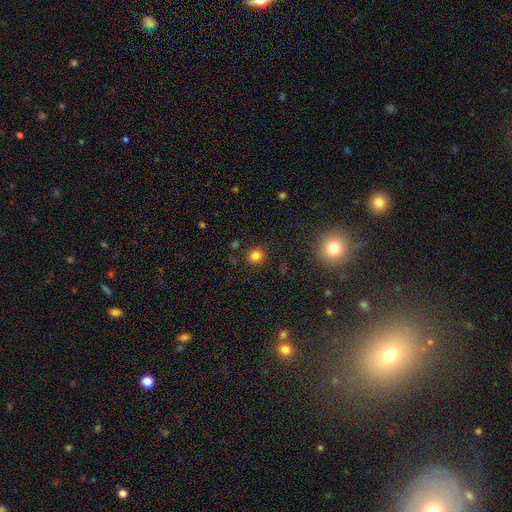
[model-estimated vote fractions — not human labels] Morphology: type=smooth (81%); roundness=round (88%); merging=none (89%).